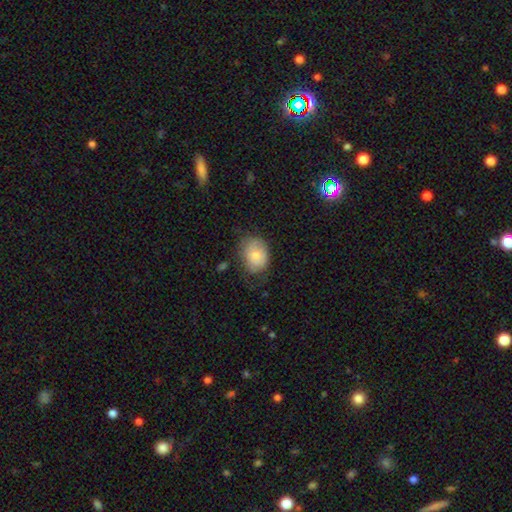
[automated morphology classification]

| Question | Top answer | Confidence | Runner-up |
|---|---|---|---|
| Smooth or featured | smooth | 76% | featured or disk (17%) |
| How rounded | in between | 67% | round (32%) |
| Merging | none | 57% | minor disturbance (30%) |